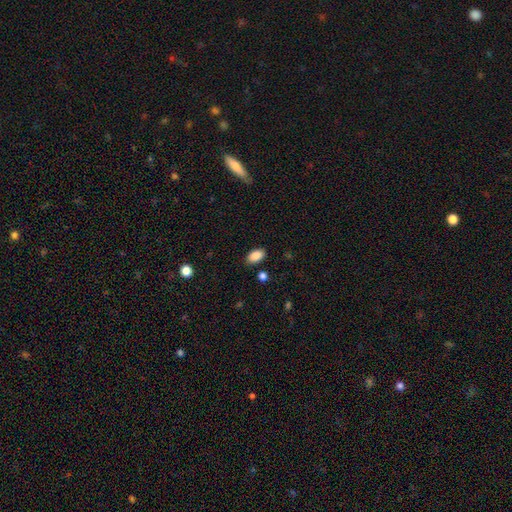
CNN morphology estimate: Smooth or featured?
  - smooth: 88% *
  - star or artifact: 8%
  - featured or disk: 4%
How rounded?
  - in between: 92% *
  - round: 6%
  - cigar-shaped: 2%
Merging?
  - none: 84% *
  - minor disturbance: 11%
  - major disturbance: 3%
  - merger: 2%